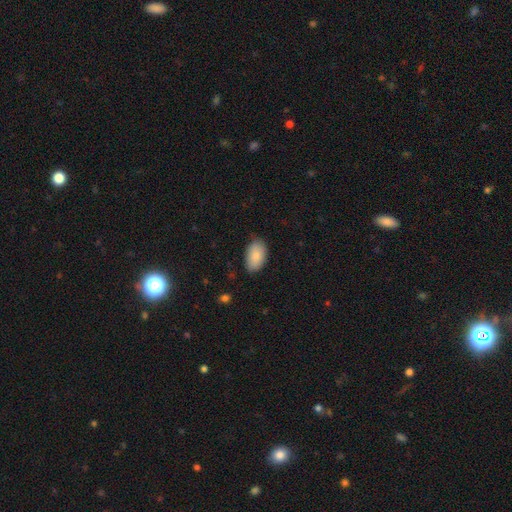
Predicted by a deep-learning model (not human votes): Smooth or featured? smooth (86%)
How rounded? in between (94%)
Merging? none (81%)